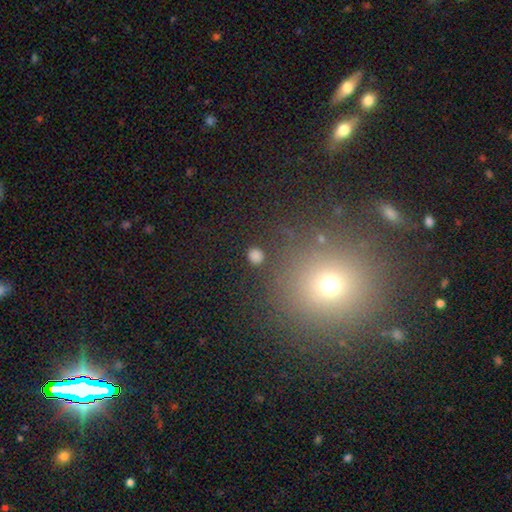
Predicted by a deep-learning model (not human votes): smooth-or-featured: smooth: 74% | star or artifact: 20% | featured or disk: 5%
  how-rounded: round: 85% | in between: 14% | cigar-shaped: 1%
  merging: none: 86% | minor disturbance: 7% | major disturbance: 4% | merger: 3%